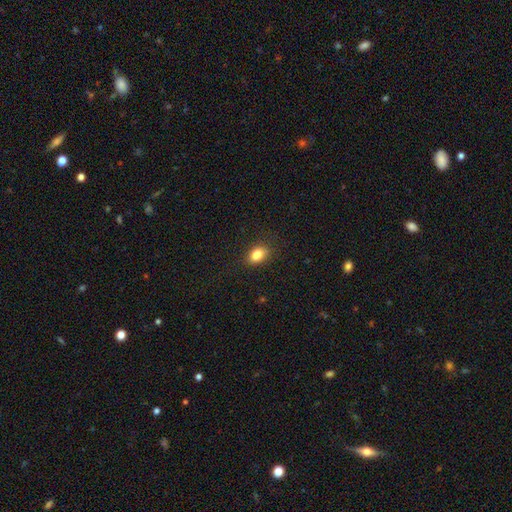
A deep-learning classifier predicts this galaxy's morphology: smooth-or-featured: smooth: 84% | star or artifact: 10% | featured or disk: 6%
  how-rounded: in between: 79% | round: 19% | cigar-shaped: 2%
  merging: none: 81% | minor disturbance: 13% | major disturbance: 3% | merger: 2%